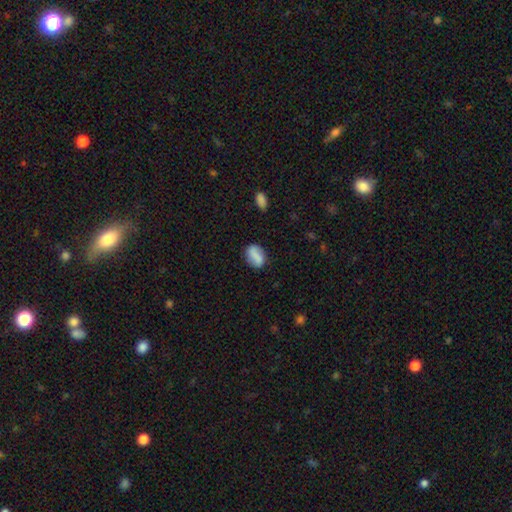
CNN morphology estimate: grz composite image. It shows a smooth galaxy with no disk features (74%) that is in between round and cigar-shaped (75%). Merging: none (79%).